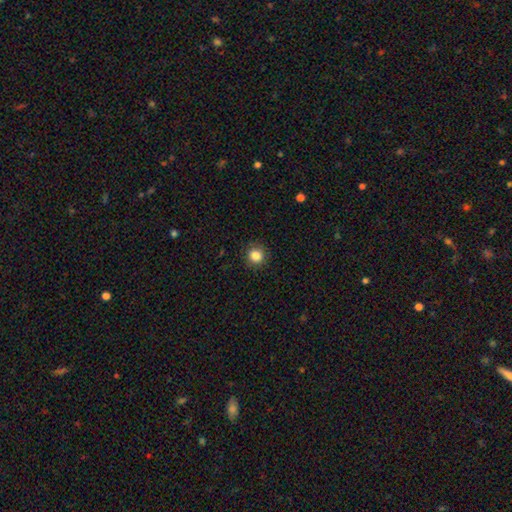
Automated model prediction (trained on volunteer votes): Overall: smooth (84%). How rounded: round (93%). Merging: none (91%).